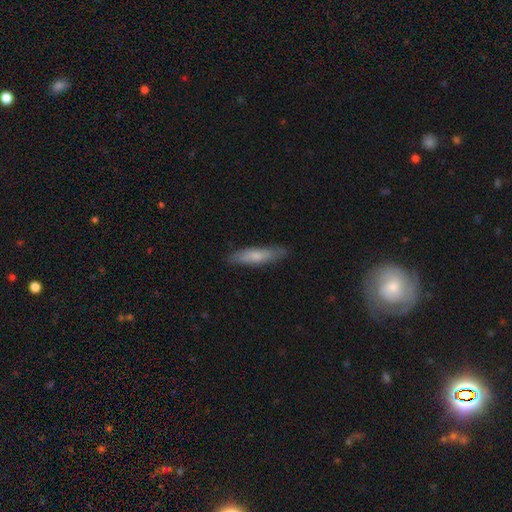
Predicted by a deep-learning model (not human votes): smooth_or_featured: smooth (p=0.67) [alt: featured or disk p=0.27]
how_rounded: cigar-shaped (p=0.74) [alt: in between p=0.24]
merging: none (p=0.84) [alt: minor disturbance p=0.12]